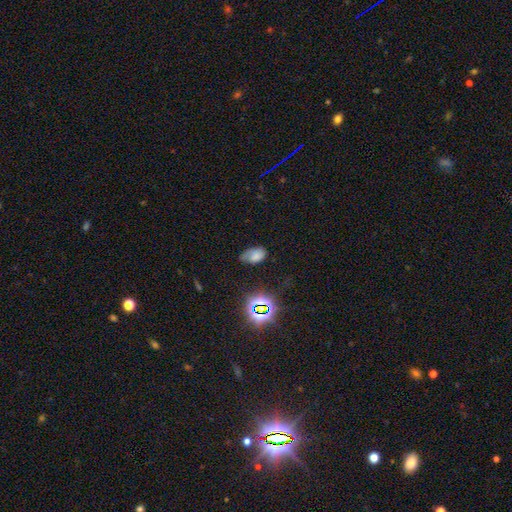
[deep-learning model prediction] smooth-or-featured: smooth: 62% | featured or disk: 20% | star or artifact: 18%
  how-rounded: in between: 90% | round: 8% | cigar-shaped: 2%
  merging: none: 44% | minor disturbance: 36% | major disturbance: 17% | merger: 3%